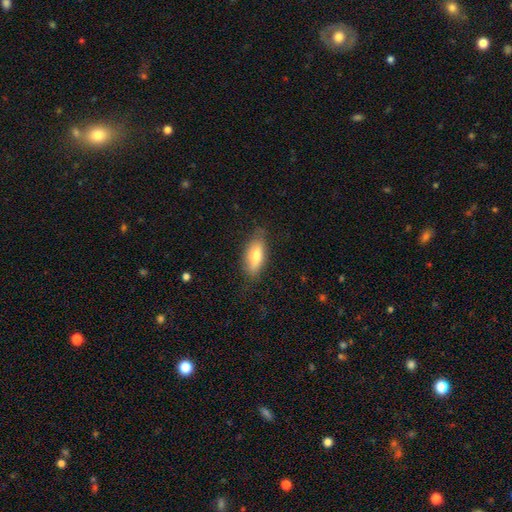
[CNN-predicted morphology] This is likely a smooth galaxy (73%). How rounded: likely in between (70%). Merging: likely none (75%).